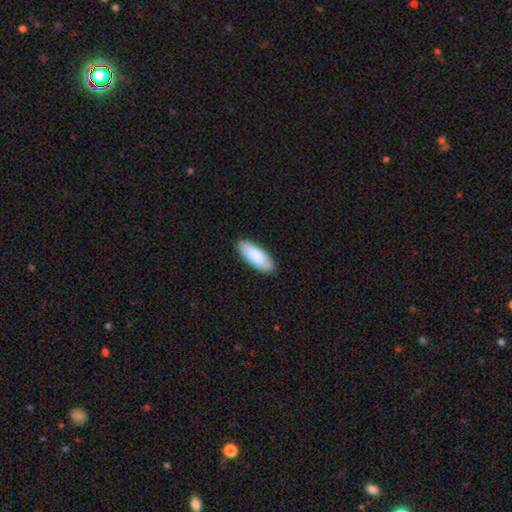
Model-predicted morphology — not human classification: This is clearly a smooth galaxy (86%). How rounded: likely in between (75%). Merging: clearly none (90%).